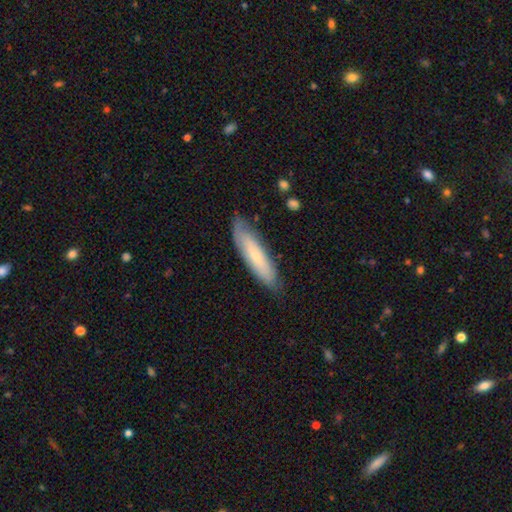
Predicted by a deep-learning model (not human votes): smooth_or_featured: smooth (p=0.64) [alt: featured or disk p=0.30]
how_rounded: cigar-shaped (p=0.71) [alt: in between p=0.27]
merging: none (p=0.78) [alt: minor disturbance p=0.18]